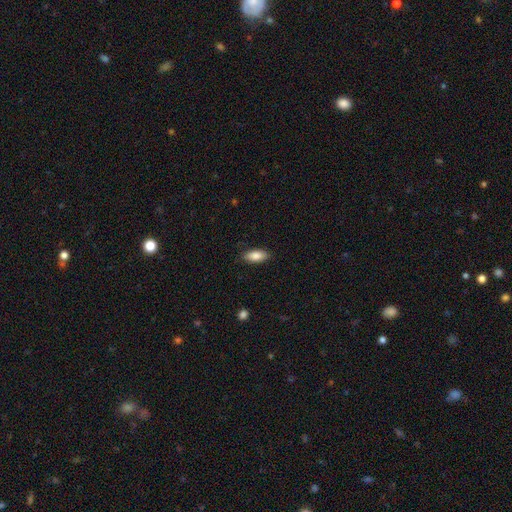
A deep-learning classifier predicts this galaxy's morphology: Q: Smooth or featured?
A: smooth (85%); runner-up: featured or disk (8%)
Q: How rounded?
A: in between (84%); runner-up: cigar-shaped (14%)
Q: Merging?
A: none (87%); runner-up: minor disturbance (10%)